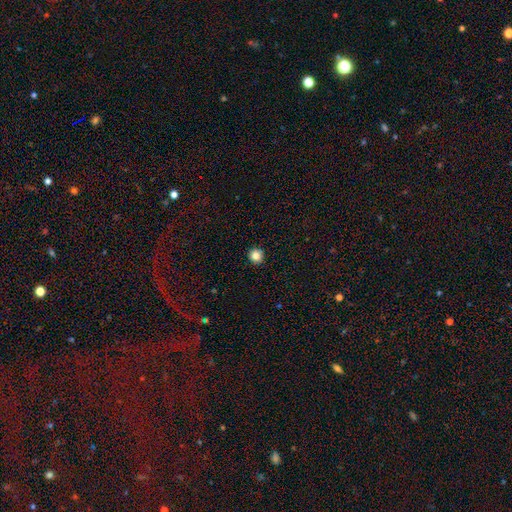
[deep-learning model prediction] Smooth or featured? Predicted: smooth (p=0.83). How rounded? Predicted: round (p=0.95). Merging? Predicted: none (p=0.93).